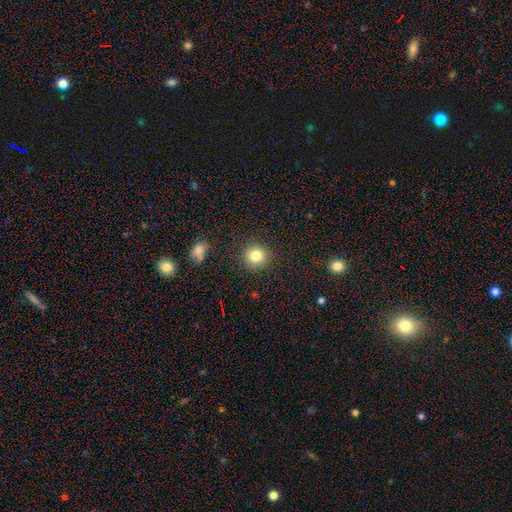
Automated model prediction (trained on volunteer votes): This appears to be a smooth galaxy with no disk features (81%) that is round (89%). Merging: none (89%).